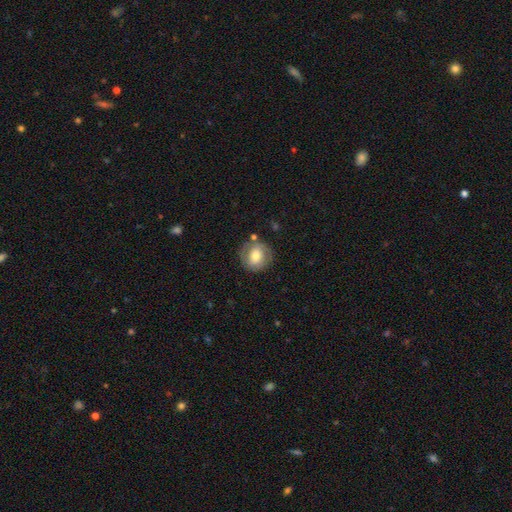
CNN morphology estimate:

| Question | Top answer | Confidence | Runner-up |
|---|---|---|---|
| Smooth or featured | smooth | 47% | featured or disk (46%) |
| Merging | none | 76% | minor disturbance (14%) |